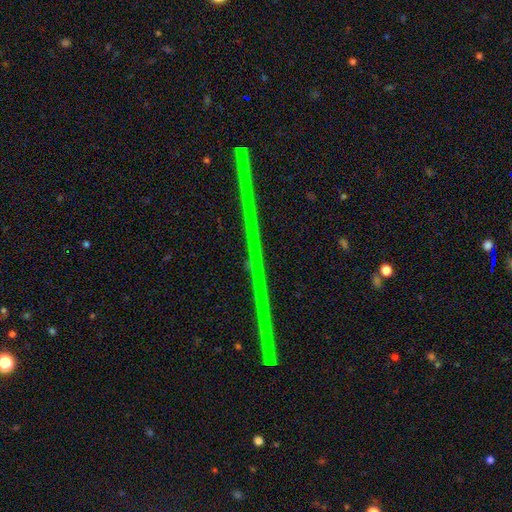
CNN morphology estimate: Smooth or featured? star or artifact (77%)